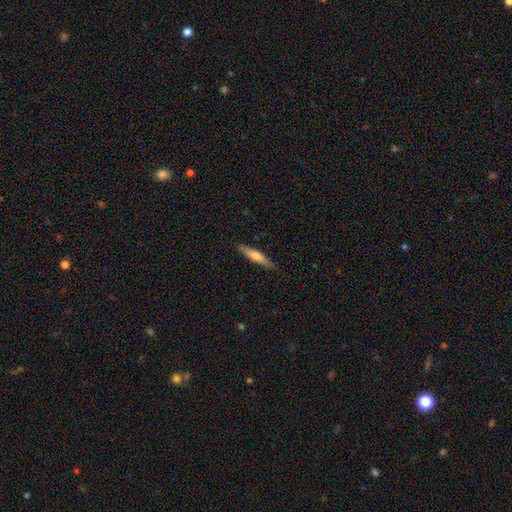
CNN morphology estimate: smooth 54%, featured or disk 41%, star or artifact 6%. Down the decision tree: how rounded — cigar-shaped (88%); merging — none (88%).